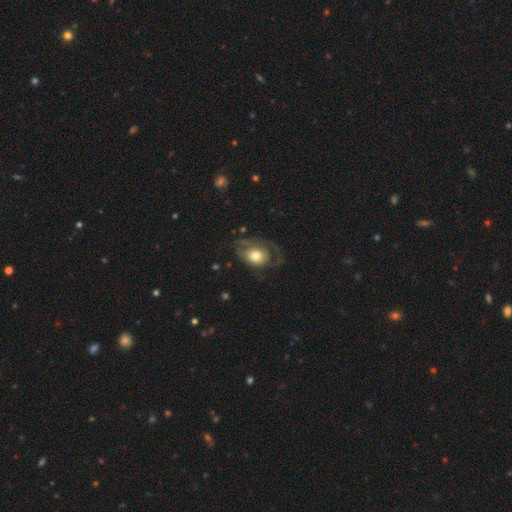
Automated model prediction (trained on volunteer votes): smooth 47%, featured or disk 46%, star or artifact 7%. Down the decision tree: merging — none (43%).